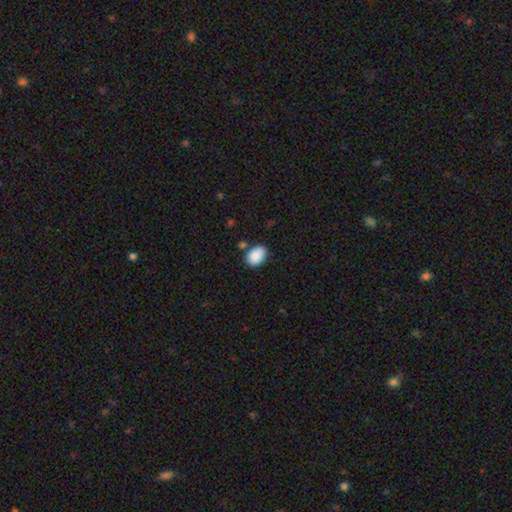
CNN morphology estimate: A smooth galaxy with no disk features (89%) that is in between round and cigar-shaped (80%). Merging: none (73%).